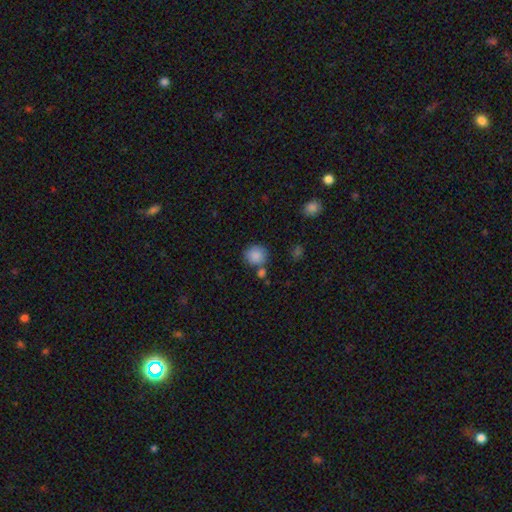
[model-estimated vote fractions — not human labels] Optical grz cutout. It shows a smooth galaxy with no disk features (87%) that is round (88%). Merging: none (70%).